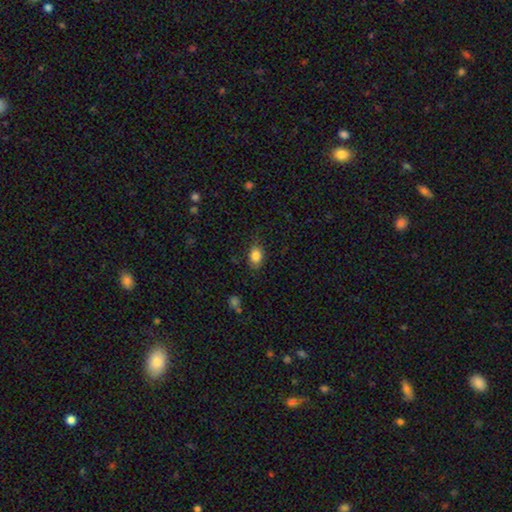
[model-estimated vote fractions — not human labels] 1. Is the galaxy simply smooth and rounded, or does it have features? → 85% smooth, 9% star or artifact, 7% featured or disk.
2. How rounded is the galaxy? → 78% in between, 21% round, 1% cigar-shaped.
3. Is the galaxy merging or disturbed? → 78% none, 17% minor disturbance, 4% major disturbance, 1% merger.